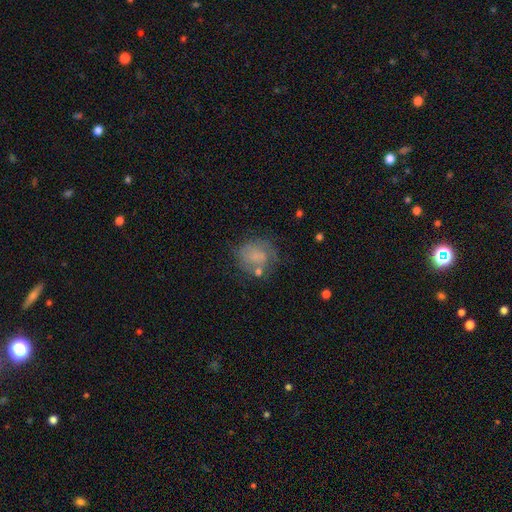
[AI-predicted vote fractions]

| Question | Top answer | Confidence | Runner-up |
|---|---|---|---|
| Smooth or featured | smooth | 52% | featured or disk (37%) |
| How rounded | round | 73% | in between (26%) |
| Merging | none | 53% | minor disturbance (23%) |